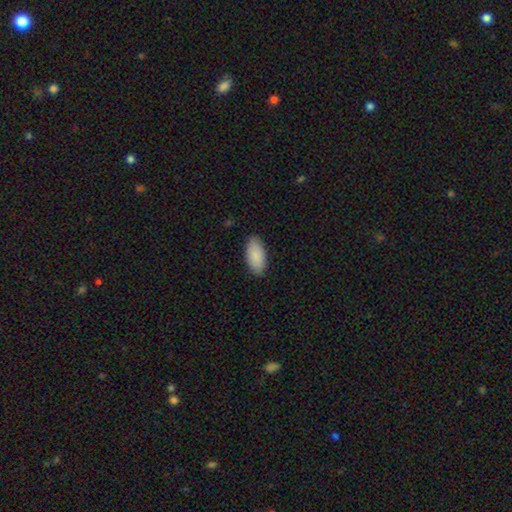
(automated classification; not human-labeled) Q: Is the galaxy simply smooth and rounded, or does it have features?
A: smooth — 90%.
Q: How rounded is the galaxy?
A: in between — 94%.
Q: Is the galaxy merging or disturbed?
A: none — 87%.